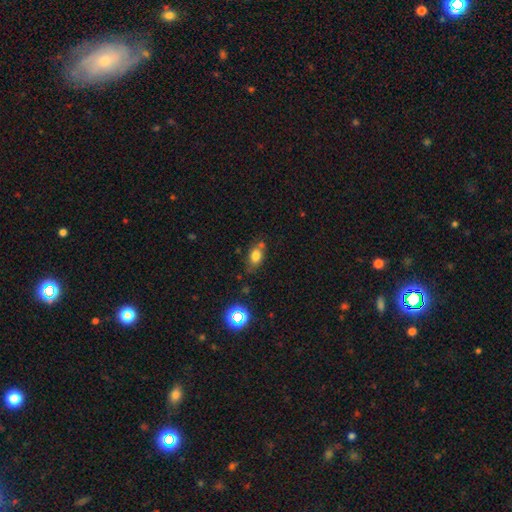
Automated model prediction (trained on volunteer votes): smooth 76%, star or artifact 13%, featured or disk 11%. Down the decision tree: how rounded — in between (77%); merging — none (60%).